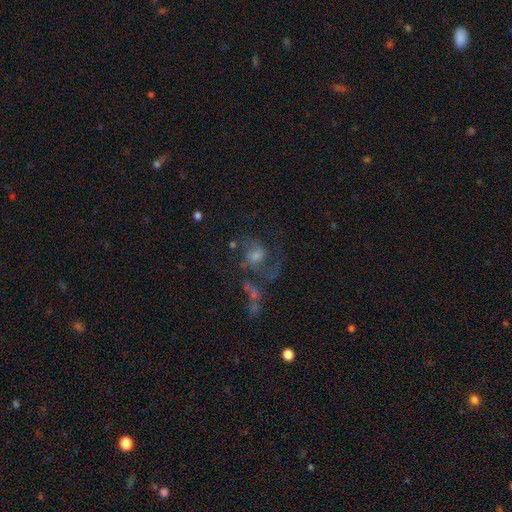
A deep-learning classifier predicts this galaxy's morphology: This is likely a featured or disk galaxy (63%). It is clearly not viewed edge-on (97%). Bar: likely no (61%). Spiral arm pattern: likely yes (79%). Central bulge: marginally moderate (43%). Merging: marginally none (42%).